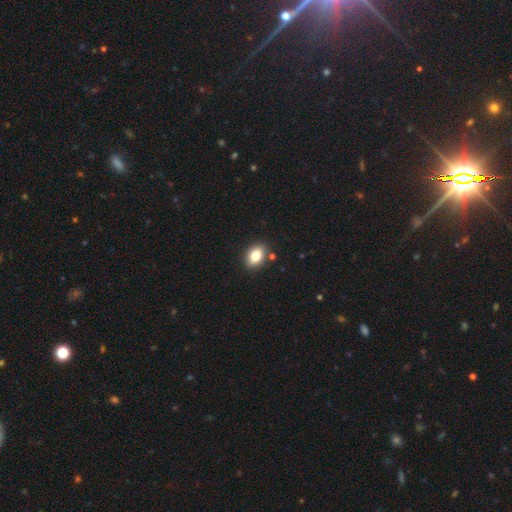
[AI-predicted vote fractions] Overall: smooth (80%). How rounded: in between (80%). Merging: none (86%).